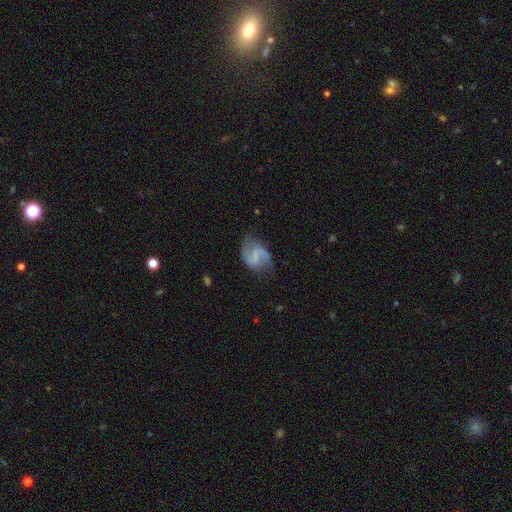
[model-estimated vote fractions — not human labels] The model was most divided on "spiral winding": loose: 49%, medium: 41%, tight: 10%. Remaining: edge-on disk — no (98%); spiral arms — yes (95%); spiral arm count — 2 (91%); smooth or featured — featured or disk (82%); merging — none (70%); bulge size — none (56%); bar — weak (50%).